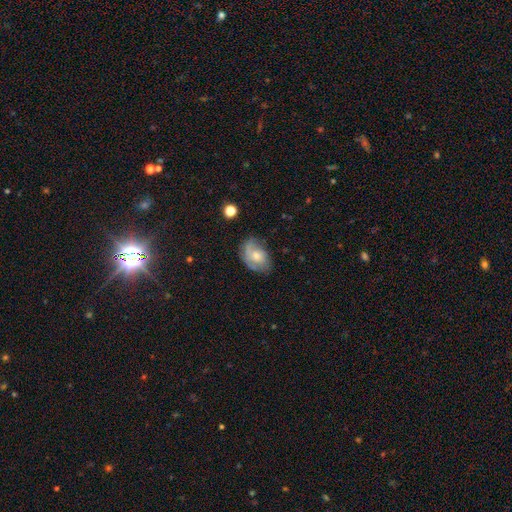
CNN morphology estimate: Smooth or featured?
  - featured or disk: 46% * (tied)
  - smooth: 46% * (tied)
  - star or artifact: 8%
Merging?
  - none: 57% *
  - minor disturbance: 29%
  - major disturbance: 12%
  - merger: 2%